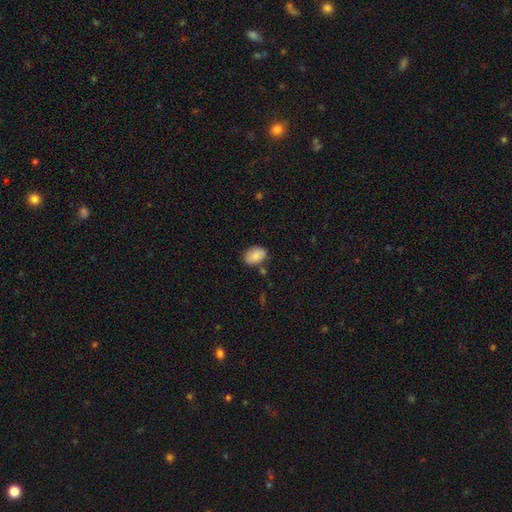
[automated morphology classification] This appears to be a smooth galaxy with no disk features (85%) that is in between round and cigar-shaped (84%). Merging: none (75%).